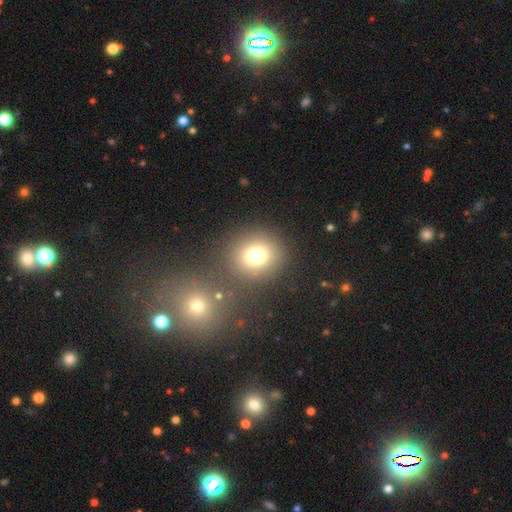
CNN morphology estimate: Q: Smooth or featured?
A: smooth (75%); runner-up: star or artifact (16%)
Q: How rounded?
A: round (83%); runner-up: in between (16%)
Q: Merging?
A: none (77%); runner-up: merger (11%)